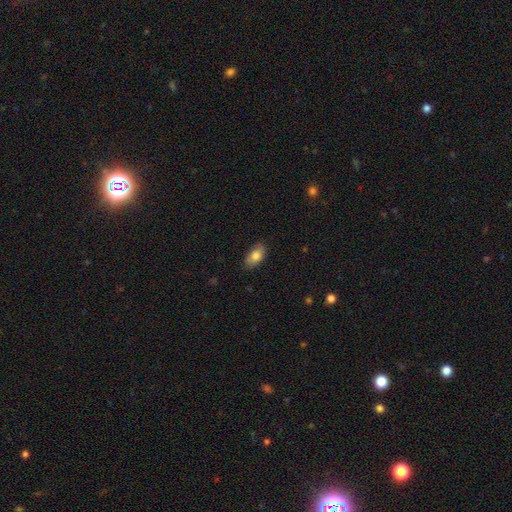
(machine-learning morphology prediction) Smooth or featured: smooth — 82% (featured or disk — 12%)
How rounded: in between — 92% (round — 5%)
Merging: none — 79% (minor disturbance — 17%)